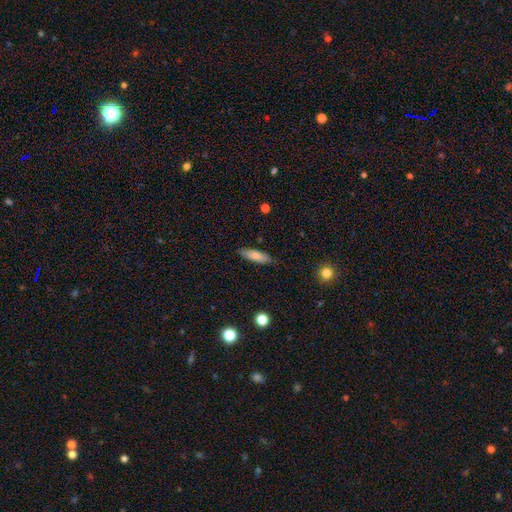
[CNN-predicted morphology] Smooth or featured?
  - smooth: 82% *
  - featured or disk: 12%
  - star or artifact: 7%
How rounded?
  - cigar-shaped: 50% *
  - in between: 48%
  - round: 2%
Merging?
  - none: 85% *
  - minor disturbance: 12%
  - major disturbance: 2%
  - merger: 1%